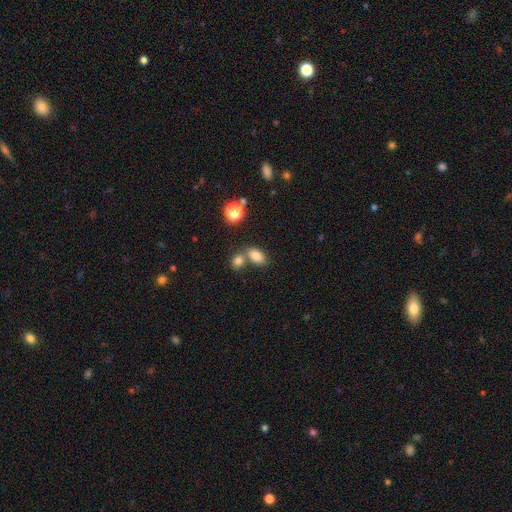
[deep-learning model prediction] This appears to be a smooth galaxy with no disk features (81%) that is in between round and cigar-shaped (85%). Merging: none (50%).